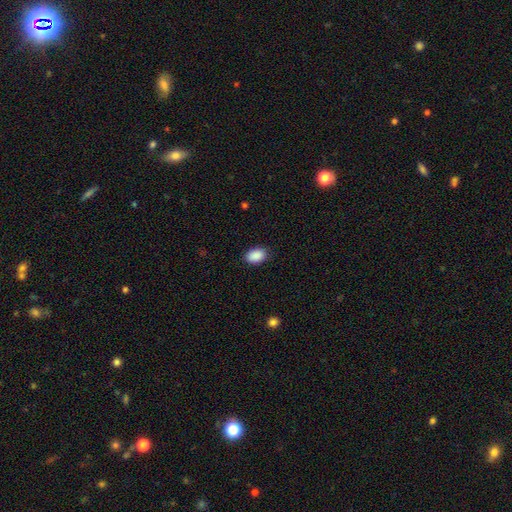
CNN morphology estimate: Q: Smooth or featured?
A: smooth (90%); runner-up: star or artifact (7%)
Q: How rounded?
A: in between (86%); runner-up: round (13%)
Q: Merging?
A: none (87%); runner-up: minor disturbance (10%)